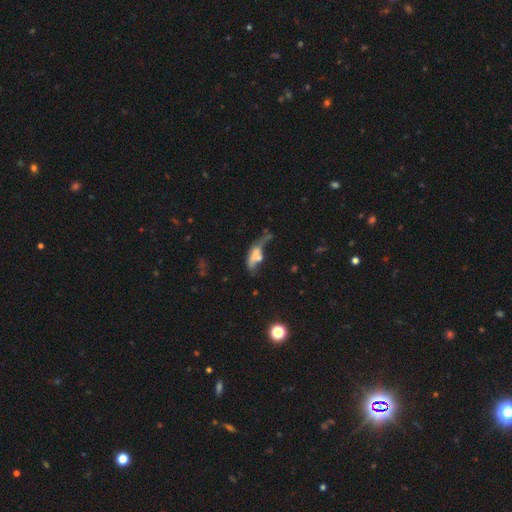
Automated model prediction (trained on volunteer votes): The model was most divided on "merging": major disturbance: 32%, merger: 28%, none: 21%, minor disturbance: 19%. Remaining: smooth or featured — smooth (50%).